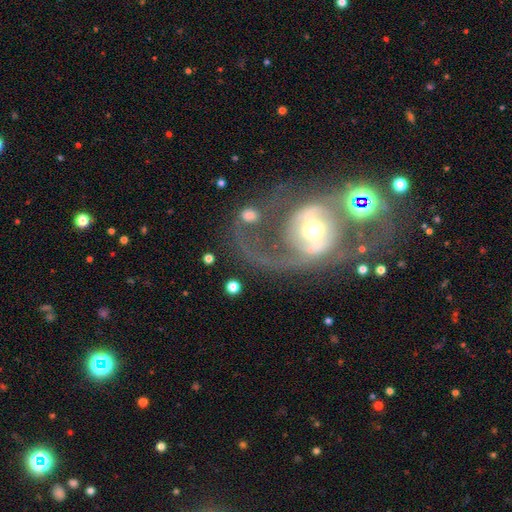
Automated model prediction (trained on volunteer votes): Smooth or featured? Predicted: featured or disk (p=0.78). Edge-on disk? Predicted: no (p=0.97). Bar? Predicted: no (p=0.53). Spiral arms? Predicted: yes (p=0.81). Spiral winding? Predicted: loose (p=0.44). Spiral arm count? Predicted: 2 (p=0.50). Bulge size? Predicted: moderate (p=0.56). Merging? Predicted: major disturbance (p=0.33).